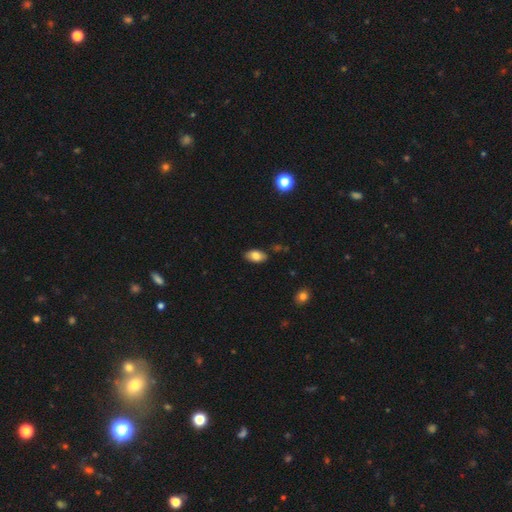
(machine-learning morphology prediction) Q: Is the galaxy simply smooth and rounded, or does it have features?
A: smooth — 81%.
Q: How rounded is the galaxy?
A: in between — 92%.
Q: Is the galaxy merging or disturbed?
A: none — 83%.